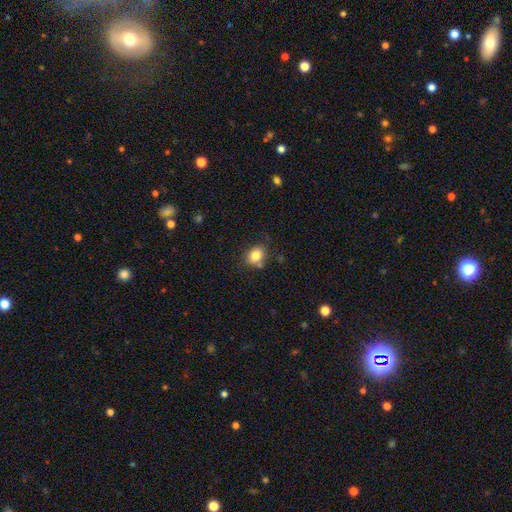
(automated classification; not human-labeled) Smooth or featured?
  - smooth: 82% *
  - star or artifact: 10%
  - featured or disk: 8%
How rounded?
  - round: 52% *
  - in between: 47%
  - cigar-shaped: 1%
Merging?
  - none: 71% *
  - minor disturbance: 16%
  - merger: 9%
  - major disturbance: 4%